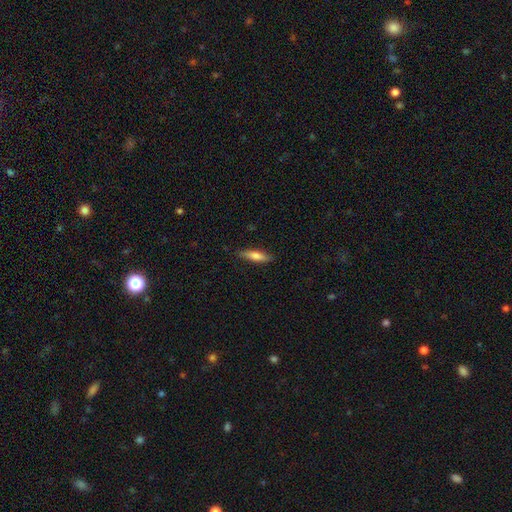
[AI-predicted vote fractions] Smooth or featured: smooth — 70% (featured or disk — 24%)
How rounded: cigar-shaped — 73% (in between — 25%)
Merging: none — 84% (minor disturbance — 12%)